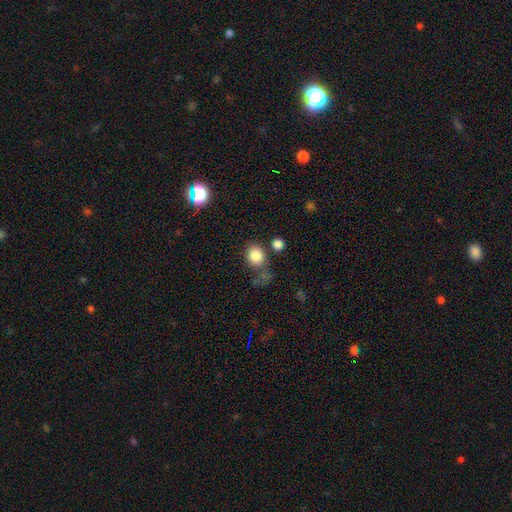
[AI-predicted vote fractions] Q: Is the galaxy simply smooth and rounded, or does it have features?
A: smooth — 84%.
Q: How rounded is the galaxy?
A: round — 67%.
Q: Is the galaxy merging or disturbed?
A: none — 61%.